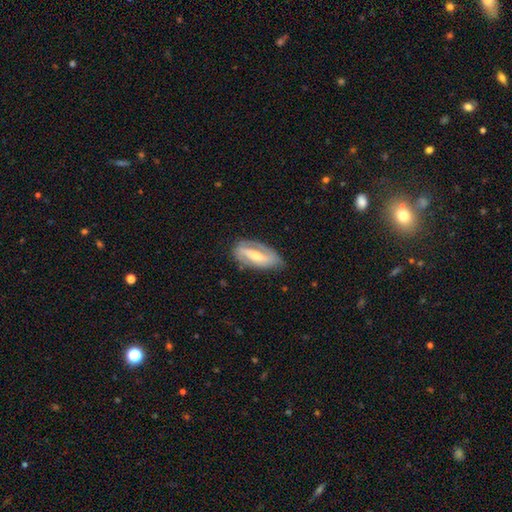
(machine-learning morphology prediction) Smooth or featured: featured or disk — 69% (smooth — 26%)
Edge-on disk: no — 90% (yes — 10%)
Bar: strong — 45% (weak — 33%)
Spiral arms: yes — 80% (no — 20%)
Bulge size: moderate — 50% (small — 42%)
Merging: none — 70% (minor disturbance — 21%)